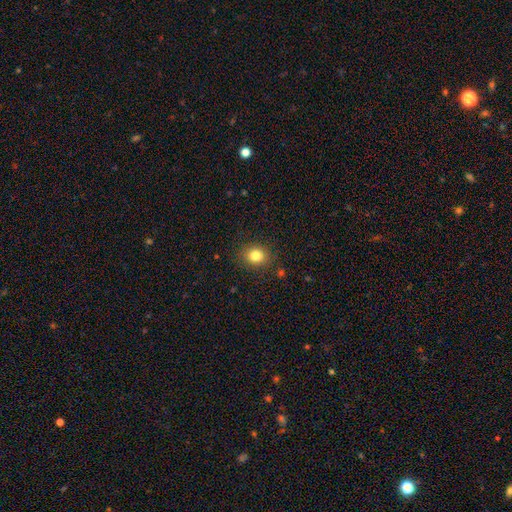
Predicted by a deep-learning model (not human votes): Morphology: type=smooth (82%); roundness=round (68%); merging=none (87%).